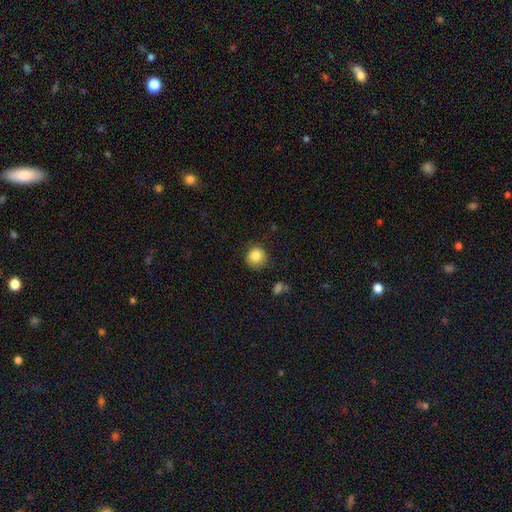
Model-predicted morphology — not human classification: Q: Smooth or featured?
A: smooth (85%); runner-up: star or artifact (10%)
Q: How rounded?
A: round (91%); runner-up: in between (8%)
Q: Merging?
A: none (80%); runner-up: minor disturbance (15%)